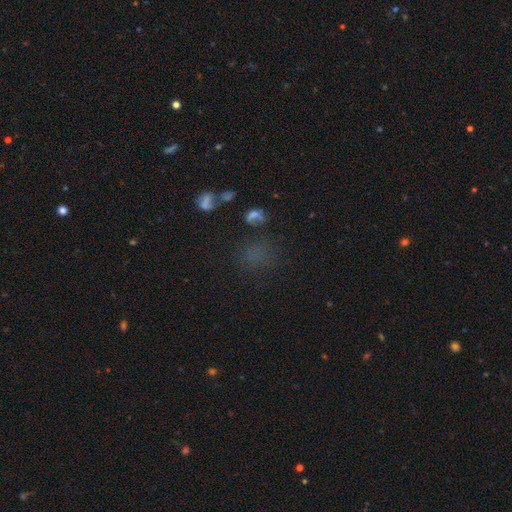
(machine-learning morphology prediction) The model was most divided on "smooth or featured": smooth: 55%, star or artifact: 35%, featured or disk: 9%. More confident: merging — none (66%); how rounded — round (63%).